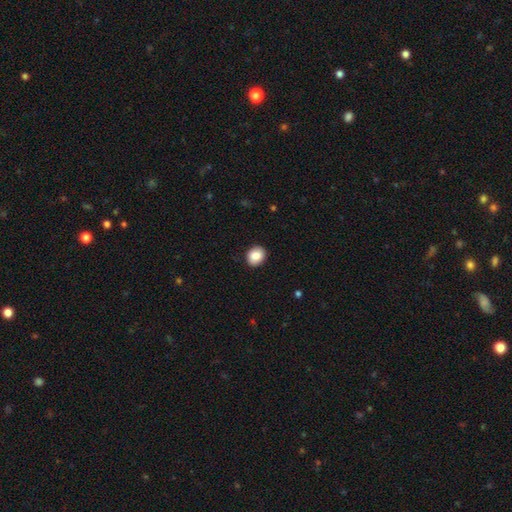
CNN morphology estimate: This is clearly a smooth galaxy (88%). How rounded: possibly round (57%). Merging: clearly none (90%).